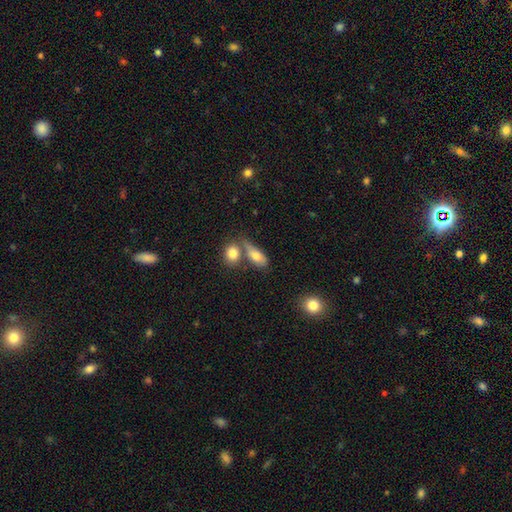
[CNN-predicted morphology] The model was most divided on "merging": none: 42%, merger: 37%, minor disturbance: 15%, major disturbance: 7%. More confident: how rounded — in between (77%); smooth or featured — smooth (75%).